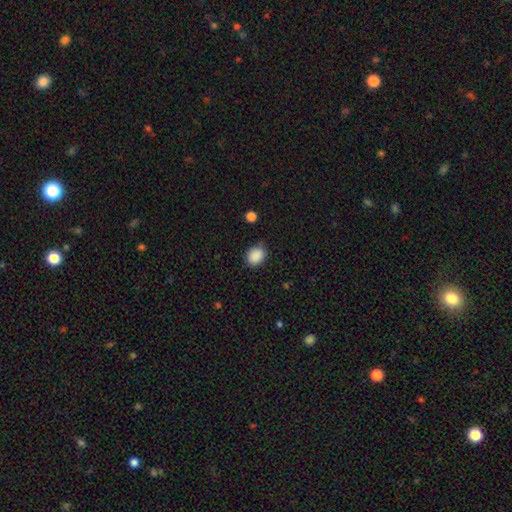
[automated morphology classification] Smooth or featured? smooth (89%)
How rounded? in between (51%)
Merging? none (80%)